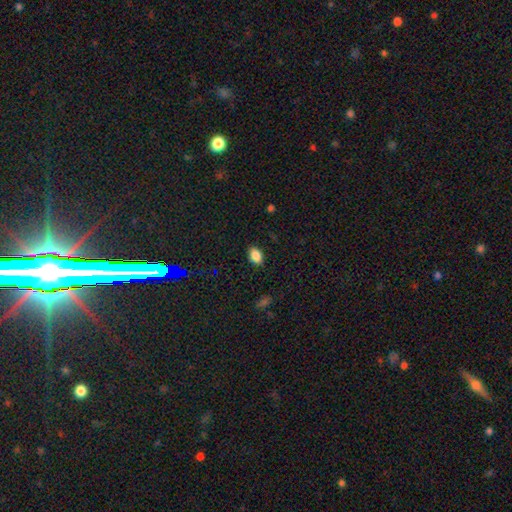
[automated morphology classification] This is clearly a smooth galaxy (85%). How rounded: clearly in between (85%). Merging: clearly none (86%).